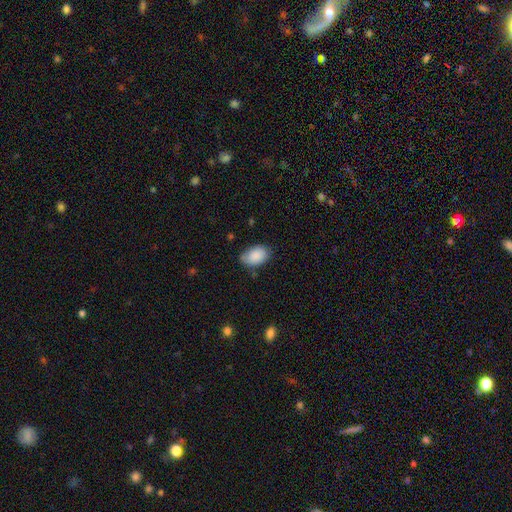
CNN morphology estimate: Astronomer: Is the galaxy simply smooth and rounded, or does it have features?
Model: smooth — 88%.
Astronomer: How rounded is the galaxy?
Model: in between — 90%.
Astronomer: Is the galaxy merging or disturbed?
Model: none — 73%.